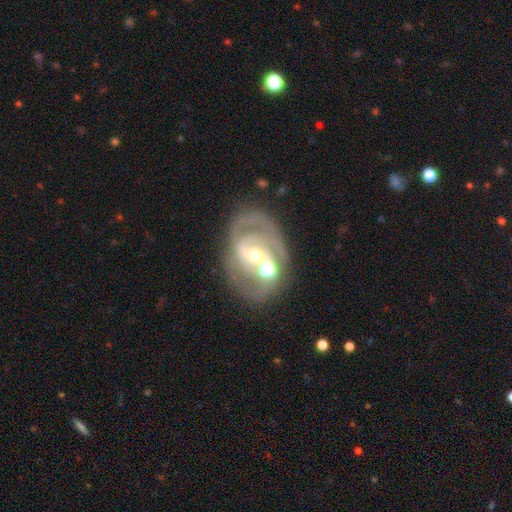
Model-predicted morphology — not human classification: Smooth or featured?
  - featured or disk: 83% *
  - smooth: 10%
  - star or artifact: 7%
Edge-on disk?
  - no: 97% *
  - yes: 3%
Bar?
  - no: 42% *
  - weak: 37%
  - strong: 21%
Spiral arms?
  - yes: 86% *
  - no: 14%
Spiral winding?
  - tight: 45% *
  - medium: 41%
  - loose: 14%
Spiral arm count?
  - 2: 59% *
  - can't tell: 17%
  - 3: 10%
  - 1: 9%
  - 4: 2%
  - more than 4: 2%
Bulge size?
  - moderate: 51% *
  - small: 43%
  - large: 4%
  - none: 2%
  - dominant: 1%
Merging?
  - none: 50% *
  - merger: 22%
  - minor disturbance: 16%
  - major disturbance: 12%